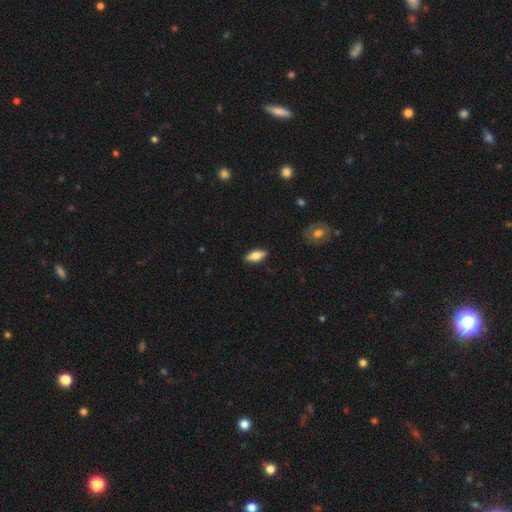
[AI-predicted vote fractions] Smooth or featured? smooth (70%)
How rounded? in between (76%)
Merging? none (89%)